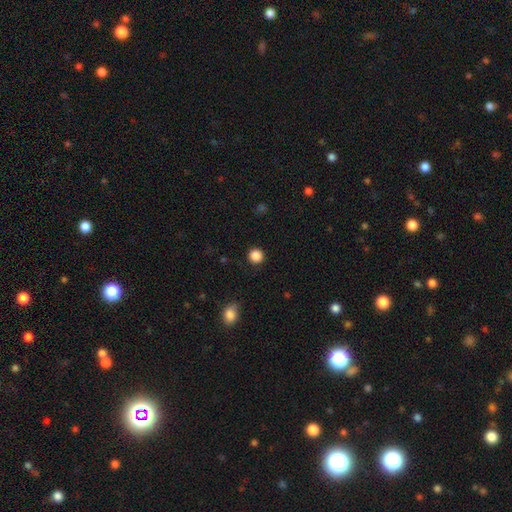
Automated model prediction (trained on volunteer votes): Q: Smooth or featured?
A: smooth (87%); runner-up: star or artifact (10%)
Q: How rounded?
A: round (94%); runner-up: in between (5%)
Q: Merging?
A: none (91%); runner-up: minor disturbance (6%)